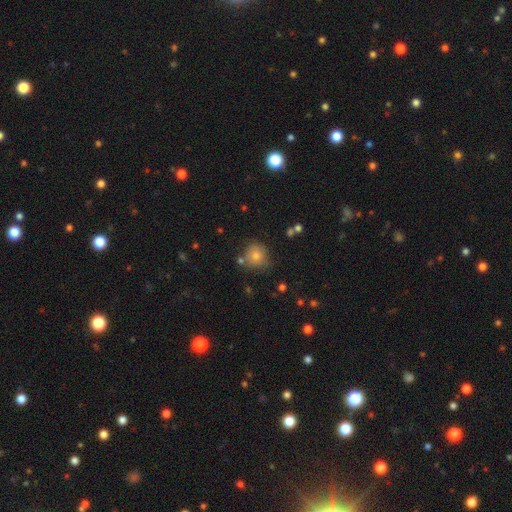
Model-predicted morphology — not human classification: Smooth or featured? Predicted: smooth (p=0.76). How rounded? Predicted: round (p=0.88). Merging? Predicted: none (p=0.68).